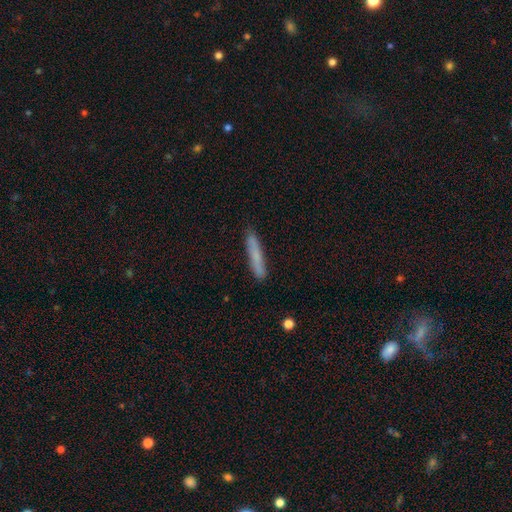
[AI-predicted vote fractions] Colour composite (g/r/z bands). It shows a smooth galaxy with no disk features (74%) that is cigar-shaped (95%). Merging: none (88%).